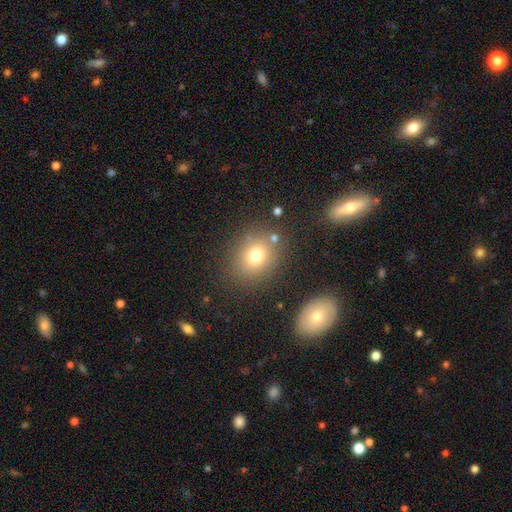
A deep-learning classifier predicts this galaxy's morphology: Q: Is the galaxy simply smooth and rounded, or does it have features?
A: smooth — 74%.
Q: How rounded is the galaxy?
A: round — 68%.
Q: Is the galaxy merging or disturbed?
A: none — 78%.